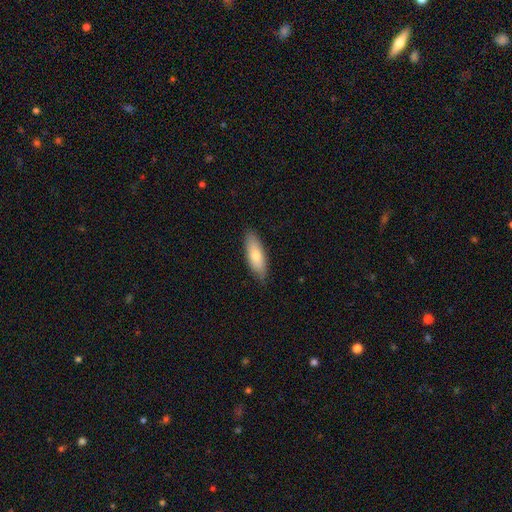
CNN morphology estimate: A smooth galaxy with no disk features (76%) that is in between round and cigar-shaped (63%).

Vote fractions:
- Smooth or featured? smooth: 76% / featured or disk: 18% / star or artifact: 6%
- How rounded? in between: 63% / cigar-shaped: 35% / round: 2%
- Merging? none: 84% / minor disturbance: 13% / major disturbance: 2% / merger: 1%